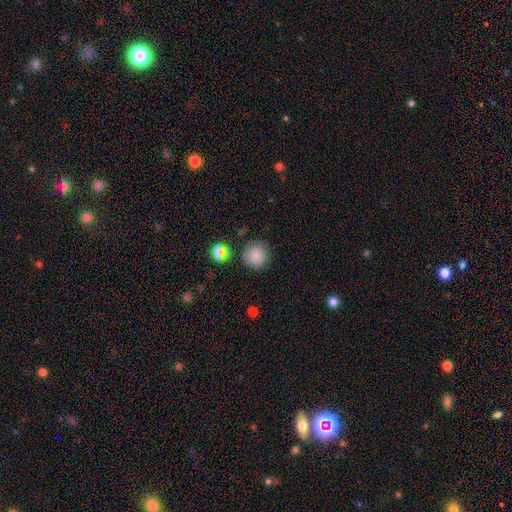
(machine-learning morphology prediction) A smooth galaxy with no disk features (83%) that is round (92%).

Vote fractions:
- Smooth or featured? smooth: 83% / star or artifact: 12% / featured or disk: 5%
- How rounded? round: 92% / in between: 7% / cigar-shaped: 1%
- Merging? none: 80% / minor disturbance: 11% / merger: 5% / major disturbance: 4%